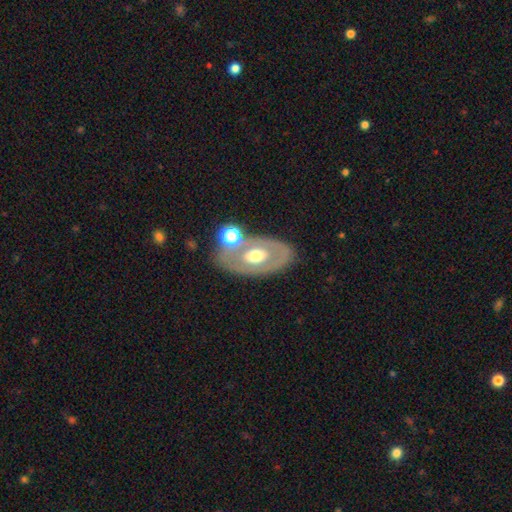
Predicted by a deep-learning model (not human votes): smooth-or-featured: featured or disk: 60% | smooth: 33% | star or artifact: 7%
  disk-edge-on: no: 89% | yes: 11%
    bar: no: 81% | weak: 13% | strong: 6%
    has-spiral-arms: no: 83% | yes: 17%
    bulge-size: moderate: 69% | large: 18% | small: 10% | dominant: 2% | none: 1%
  merging: none: 66% | minor disturbance: 14% | merger: 13% | major disturbance: 6%